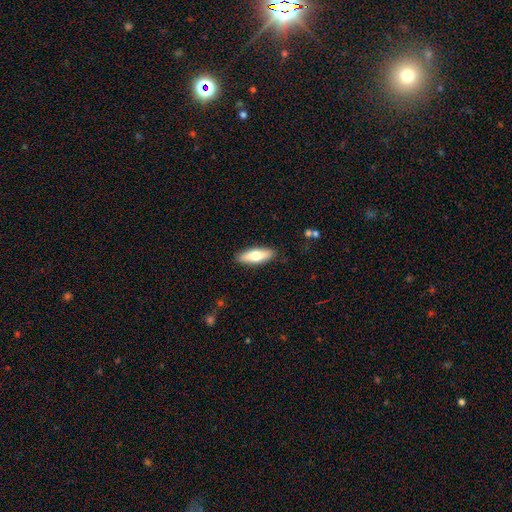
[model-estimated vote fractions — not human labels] The model was most divided on "how rounded": in between: 54%, cigar-shaped: 44%, round: 2%. More confident: merging — none (89%); smooth or featured — smooth (65%).